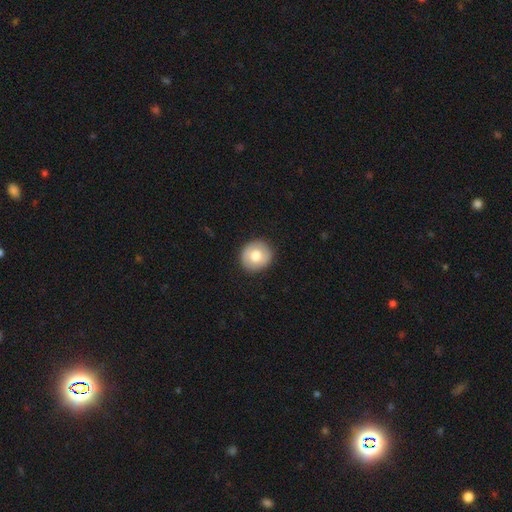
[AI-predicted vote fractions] smooth_or_featured: smooth (p=0.72) [alt: featured or disk p=0.21]
how_rounded: round (p=0.86) [alt: in between p=0.13]
merging: none (p=0.90) [alt: minor disturbance p=0.07]